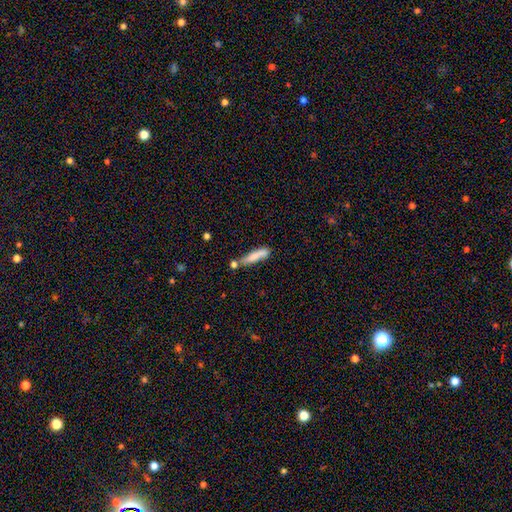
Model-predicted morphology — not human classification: The model was most divided on "merging": none: 57%, minor disturbance: 19%, merger: 18%, major disturbance: 6%. More confident: how rounded — cigar-shaped (83%); smooth or featured — smooth (75%).